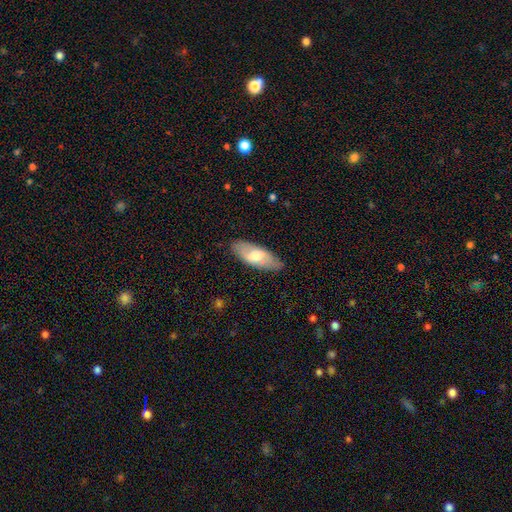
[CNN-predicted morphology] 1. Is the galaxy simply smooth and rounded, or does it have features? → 58% smooth, 37% featured or disk, 5% star or artifact.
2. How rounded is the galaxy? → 81% in between, 16% cigar-shaped, 2% round.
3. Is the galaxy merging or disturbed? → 85% none, 12% minor disturbance, 2% major disturbance, 1% merger.